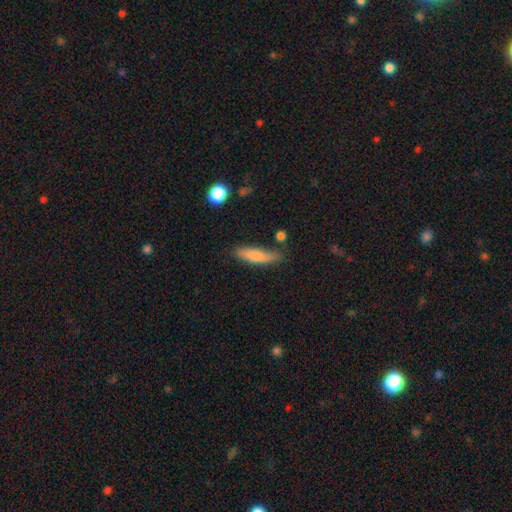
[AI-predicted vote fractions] Overall: smooth (79%). How rounded: cigar-shaped (69%; in between 29%). Merging: none (68%).